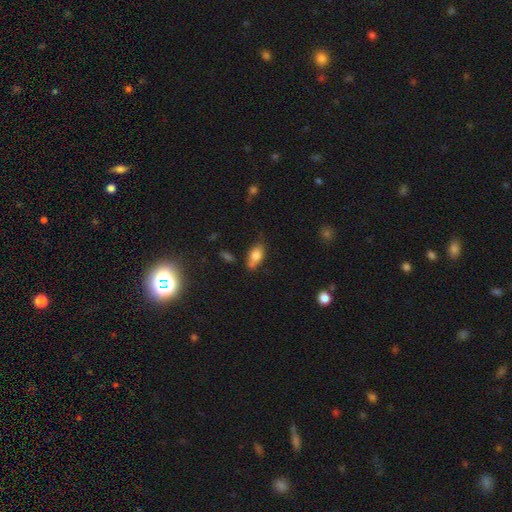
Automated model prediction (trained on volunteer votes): smooth_or_featured: smooth (p=0.77) [alt: featured or disk p=0.14]
how_rounded: in between (p=0.86) [alt: cigar-shaped p=0.08]
merging: none (p=0.56) [alt: minor disturbance p=0.25]